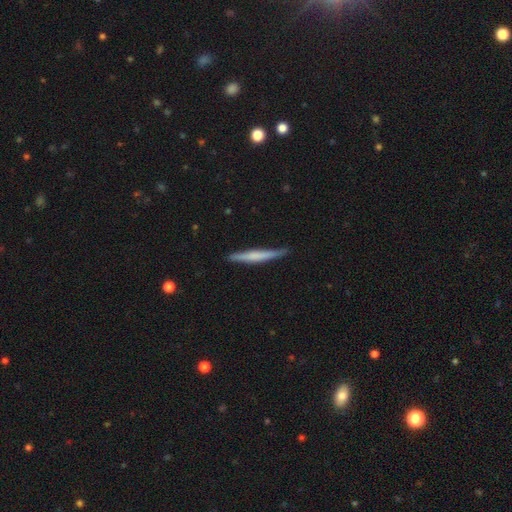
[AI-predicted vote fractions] A smooth galaxy with no disk features (50%) that is cigar-shaped (96%).

Vote fractions:
- Smooth or featured? smooth: 50% / featured or disk: 45% / star or artifact: 5%
- How rounded? cigar-shaped: 96% / in between: 3% / round: 1%
- Merging? none: 85% / minor disturbance: 11% / major disturbance: 2% / merger: 1%